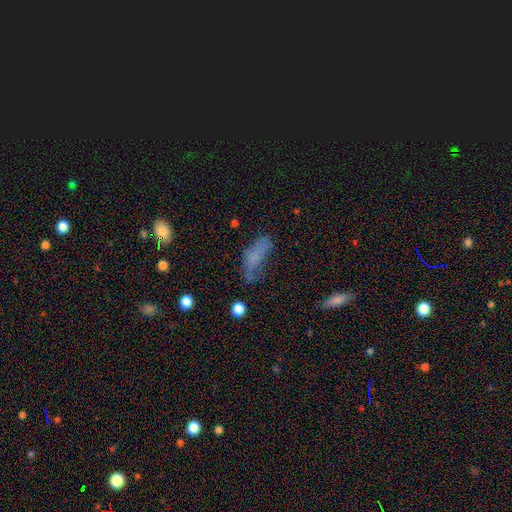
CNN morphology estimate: A smooth galaxy with no disk features (61%) that is in between round and cigar-shaped (71%). Merging: none (38%).